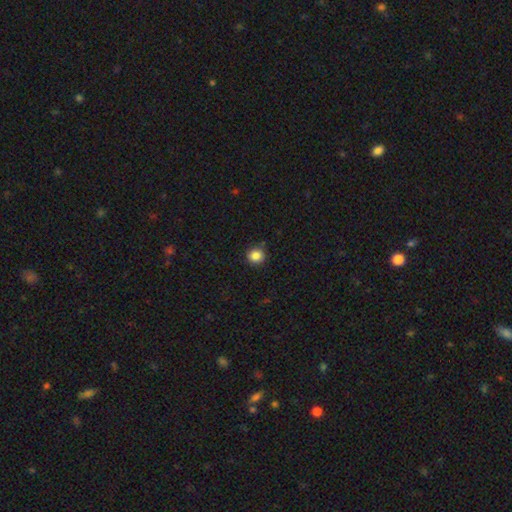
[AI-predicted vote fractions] Smooth or featured: smooth — 85% (star or artifact — 11%)
How rounded: round — 91% (in between — 8%)
Merging: none — 86% (minor disturbance — 10%)